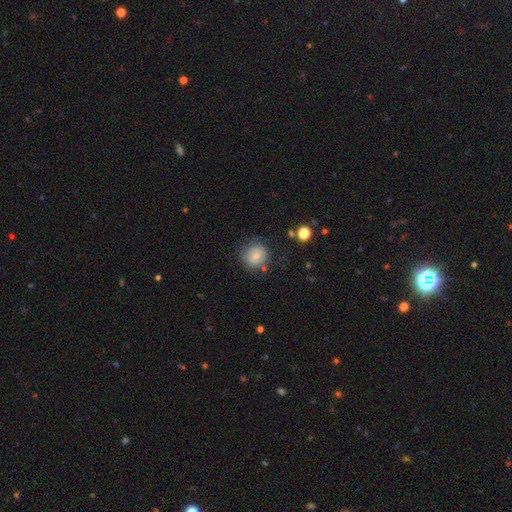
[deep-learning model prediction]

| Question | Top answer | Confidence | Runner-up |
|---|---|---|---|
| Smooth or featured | smooth | 74% | featured or disk (17%) |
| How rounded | round | 86% | in between (13%) |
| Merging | none | 70% | minor disturbance (19%) |